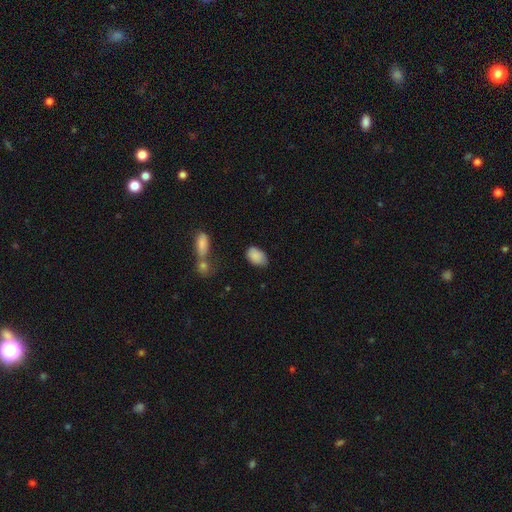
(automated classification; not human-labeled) Q: Smooth or featured?
A: smooth (88%); runner-up: star or artifact (8%)
Q: How rounded?
A: in between (90%); runner-up: round (9%)
Q: Merging?
A: none (66%); runner-up: minor disturbance (24%)